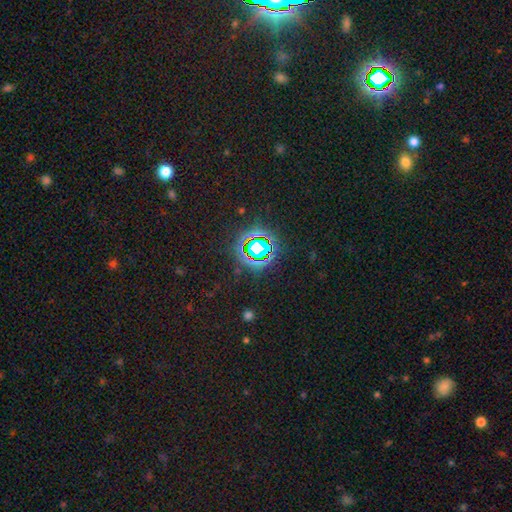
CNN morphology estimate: This appears to be a star or artifact, not a galaxy (74%).